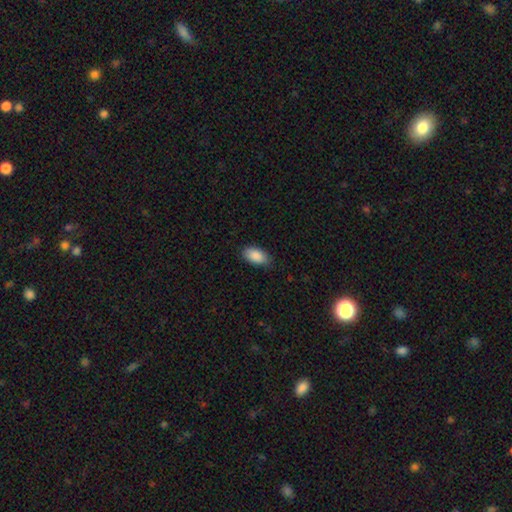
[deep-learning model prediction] Smooth or featured? smooth (90%)
How rounded? in between (94%)
Merging? none (82%)